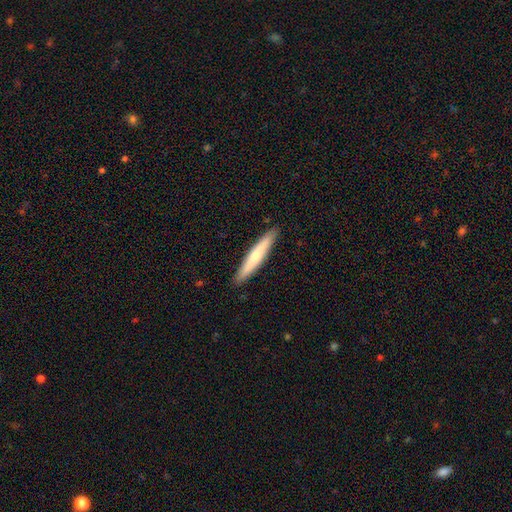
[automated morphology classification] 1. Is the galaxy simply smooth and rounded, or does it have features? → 62% smooth, 33% featured or disk, 5% star or artifact.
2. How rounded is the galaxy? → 94% cigar-shaped, 5% in between, 1% round.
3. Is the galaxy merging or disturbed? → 91% none, 7% minor disturbance, 1% major disturbance, 1% merger.